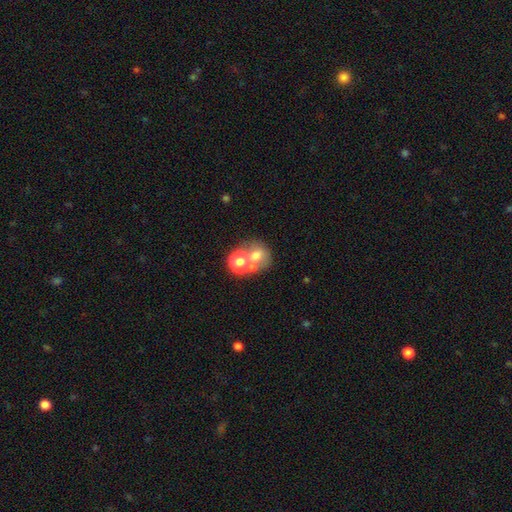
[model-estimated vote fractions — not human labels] smooth_or_featured: smooth (p=0.63) [alt: featured or disk p=0.20]
how_rounded: round (p=0.71) [alt: in between p=0.28]
merging: merger (p=0.46) [alt: none p=0.38]